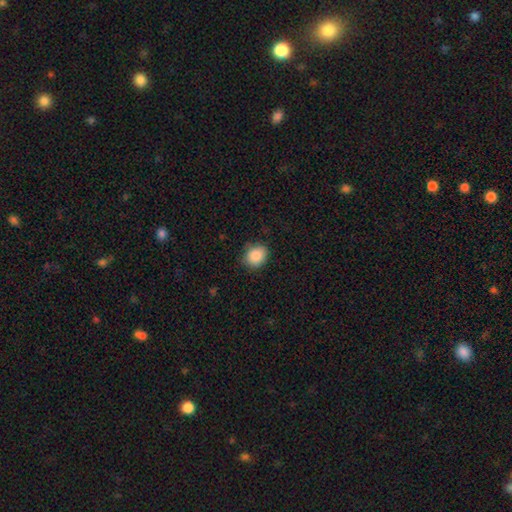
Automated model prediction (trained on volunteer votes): This is clearly a smooth galaxy (88%). How rounded: possibly round (57%). Merging: likely none (78%).